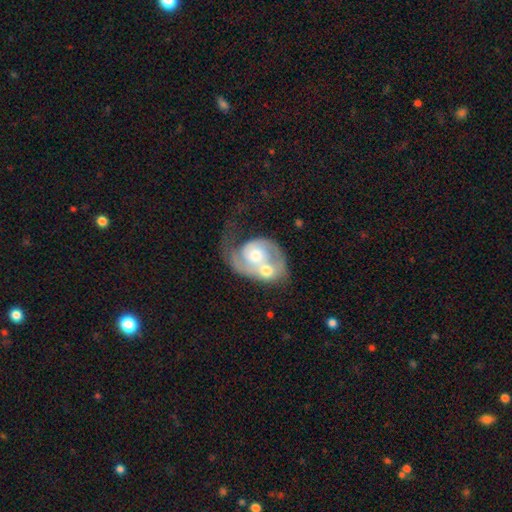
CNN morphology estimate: featured or disk 76%, smooth 19%, star or artifact 5%. Down the decision tree: edge-on disk — no (97%); bar — no (72%); spiral arms — yes (84%); spiral arm count — 2 (51%); spiral winding — medium (40%); bulge size — moderate (66%); merging — merger (65%).